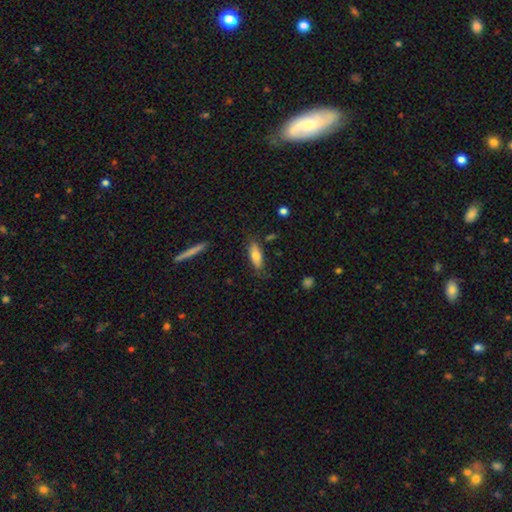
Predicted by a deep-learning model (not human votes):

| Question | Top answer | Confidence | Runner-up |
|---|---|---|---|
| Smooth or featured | smooth | 69% | featured or disk (24%) |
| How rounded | in between | 65% | cigar-shaped (33%) |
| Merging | none | 78% | minor disturbance (16%) |